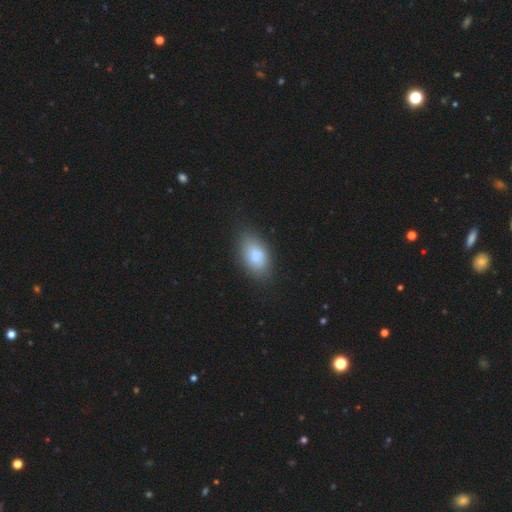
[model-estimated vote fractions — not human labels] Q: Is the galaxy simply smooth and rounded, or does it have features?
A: smooth — 80%.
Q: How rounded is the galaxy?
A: in between — 91%.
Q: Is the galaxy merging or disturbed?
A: none — 71%.